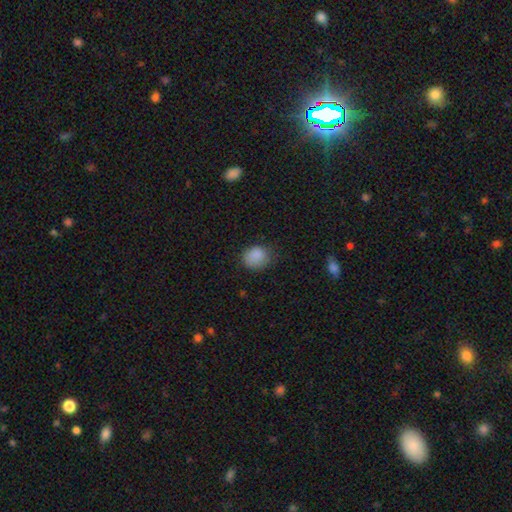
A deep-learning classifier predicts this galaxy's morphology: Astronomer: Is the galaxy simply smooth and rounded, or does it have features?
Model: smooth — 86%.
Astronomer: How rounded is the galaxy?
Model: round — 64%.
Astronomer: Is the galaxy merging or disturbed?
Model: none — 68%.